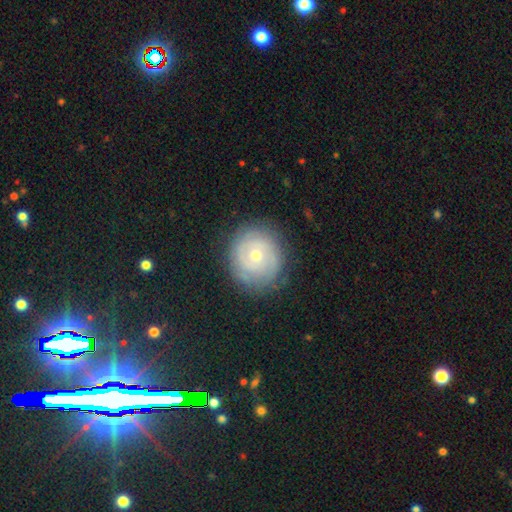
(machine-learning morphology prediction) Smooth or featured? featured or disk (70%)
Edge-on disk? no (98%)
Bar? no (79%)
Spiral arms? yes (84%)
Spiral winding? tight (73%)
Spiral arm count? can't tell (37%)
Bulge size? small (52%)
Merging? none (82%)